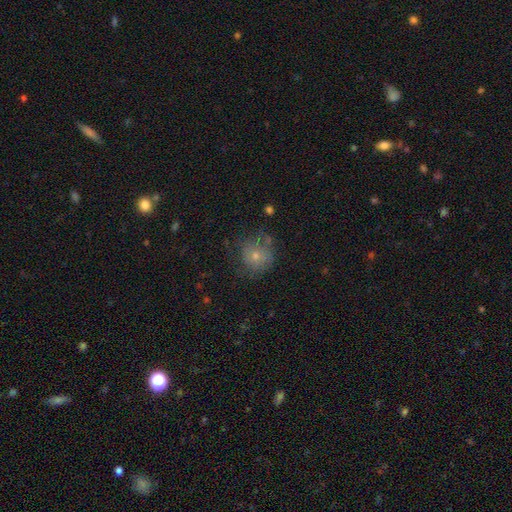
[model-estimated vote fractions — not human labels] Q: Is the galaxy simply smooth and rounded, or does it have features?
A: smooth — 57%.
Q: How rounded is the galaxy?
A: round — 88%.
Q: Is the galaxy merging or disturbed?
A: none — 67%.